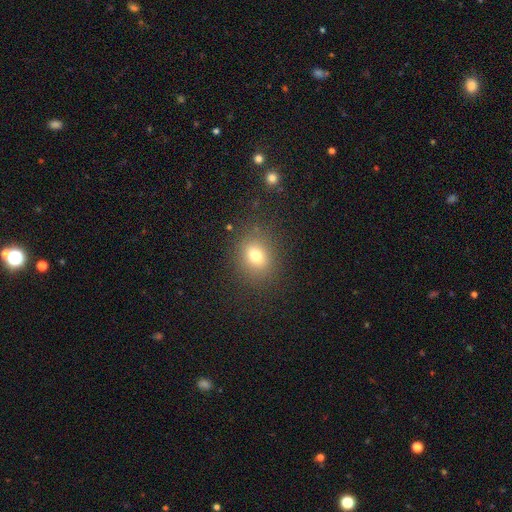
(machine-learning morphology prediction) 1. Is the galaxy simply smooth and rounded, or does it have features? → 75% smooth, 15% star or artifact, 10% featured or disk.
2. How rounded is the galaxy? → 62% round, 37% in between, 1% cigar-shaped.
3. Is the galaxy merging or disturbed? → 84% none, 10% minor disturbance, 5% major disturbance, 2% merger.